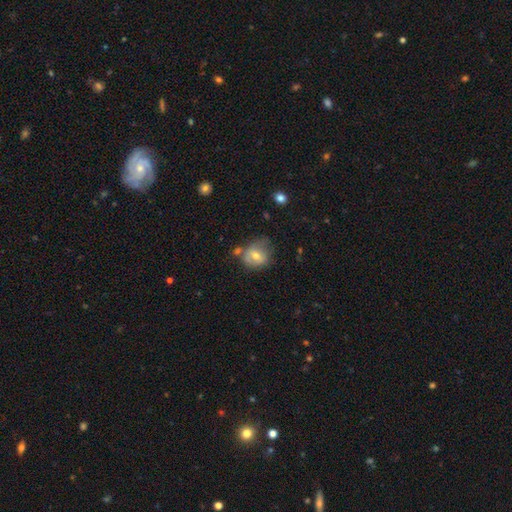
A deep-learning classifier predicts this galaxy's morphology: Smooth or featured?
  - smooth: 61% *
  - featured or disk: 30%
  - star or artifact: 9%
How rounded?
  - round: 62% *
  - in between: 37%
  - cigar-shaped: 1%
Merging?
  - none: 44% *
  - minor disturbance: 31%
  - major disturbance: 13%
  - merger: 12%